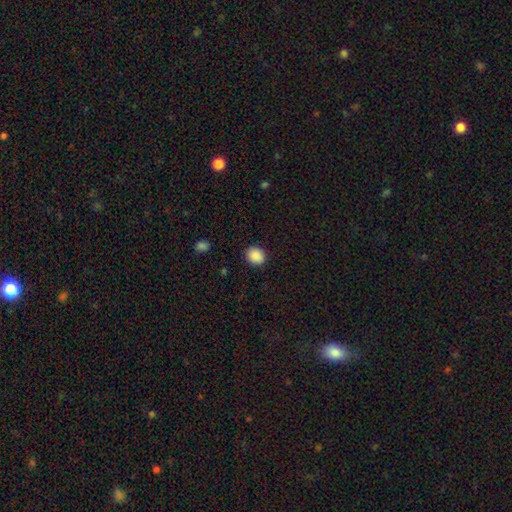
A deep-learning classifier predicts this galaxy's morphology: smooth 89%, star or artifact 9%, featured or disk 3%. Down the decision tree: how rounded — round (65%); merging — none (90%).